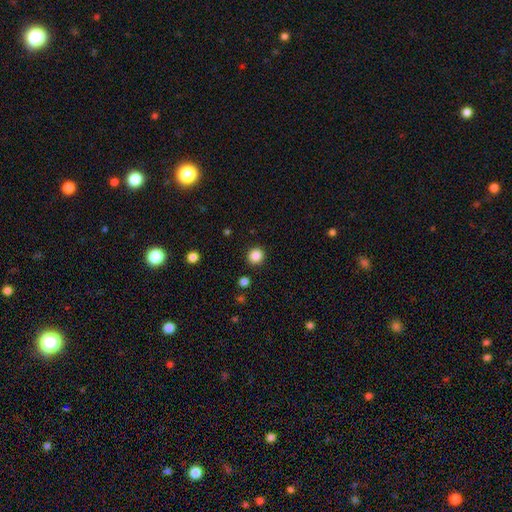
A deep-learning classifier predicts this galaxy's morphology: smooth_or_featured: smooth (p=0.86) [alt: star or artifact p=0.11]
how_rounded: round (p=0.91) [alt: in between p=0.08]
merging: none (p=0.91) [alt: minor disturbance p=0.05]